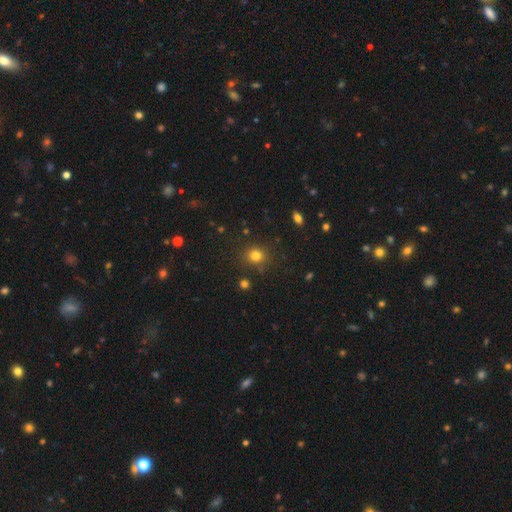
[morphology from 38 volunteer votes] Overall: smooth (95%). How rounded: round (86%). Merging: none (73%).